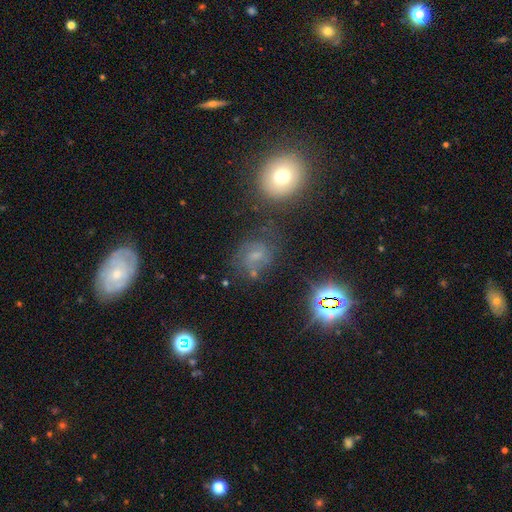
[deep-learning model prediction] smooth-or-featured: featured or disk: 44% | smooth: 29% | star or artifact: 27%
  merging: none: 61% | minor disturbance: 19% | major disturbance: 13% | merger: 7%